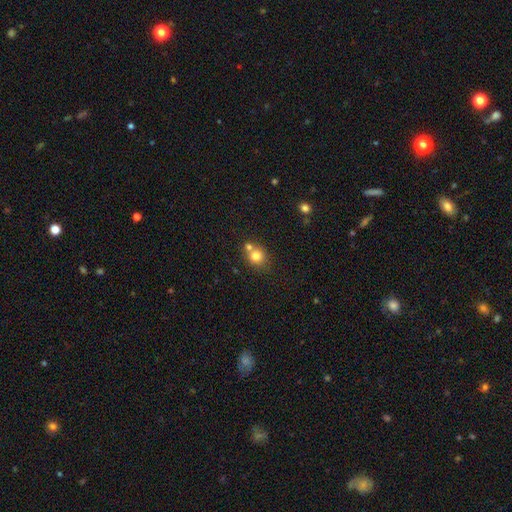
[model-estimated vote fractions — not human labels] smooth_or_featured: smooth (p=0.79) [alt: star or artifact p=0.12]
how_rounded: round (p=0.82) [alt: in between p=0.17]
merging: none (p=0.52) [alt: merger p=0.36]